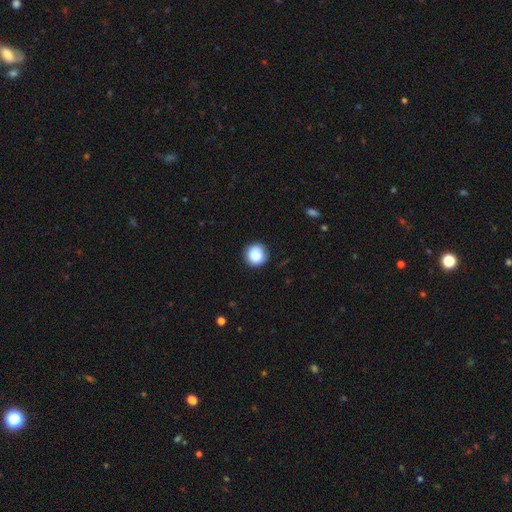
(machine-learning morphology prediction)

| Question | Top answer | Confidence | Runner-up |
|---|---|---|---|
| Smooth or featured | smooth | 86% | star or artifact (9%) |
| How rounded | round | 94% | in between (5%) |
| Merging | none | 88% | minor disturbance (9%) |